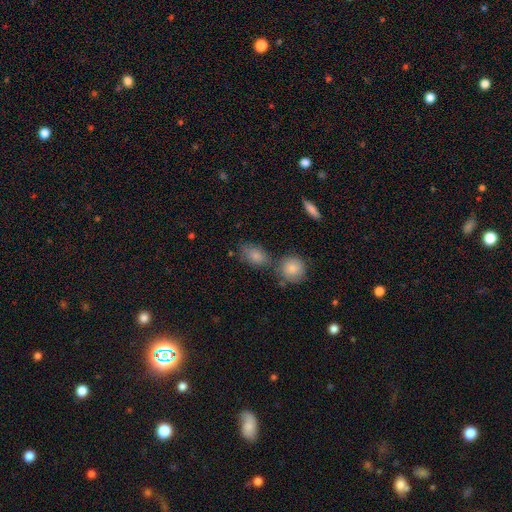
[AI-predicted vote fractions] smooth_or_featured: smooth (p=0.82) [alt: featured or disk p=0.09]
how_rounded: in between (p=0.79) [alt: round p=0.19]
merging: none (p=0.53) [alt: merger p=0.24]